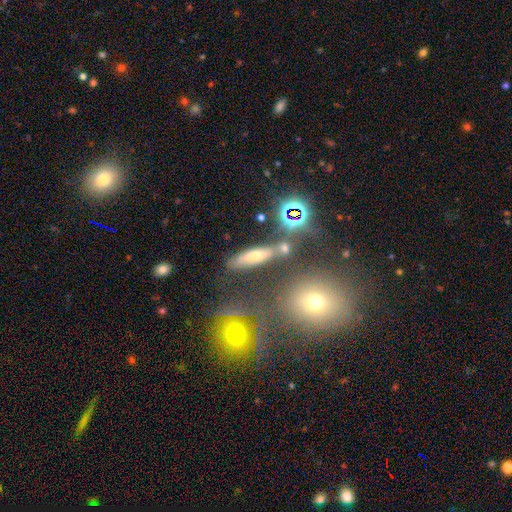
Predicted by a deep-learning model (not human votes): Smooth or featured: smooth — 50% (featured or disk — 26%)
Merging: none — 75% (minor disturbance — 12%)